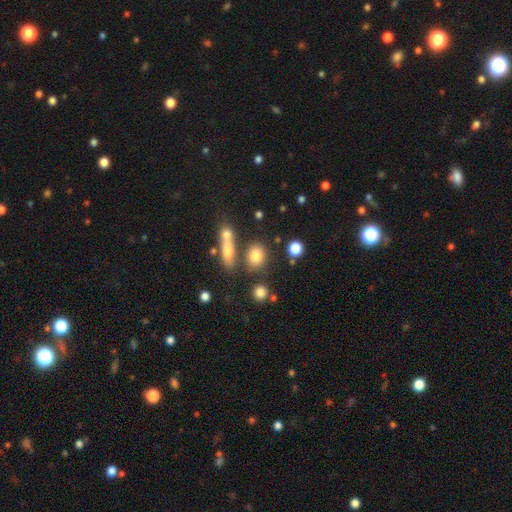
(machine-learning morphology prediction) smooth-or-featured: smooth: 77% | star or artifact: 12% | featured or disk: 10%
  how-rounded: in between: 49% | round: 48% | cigar-shaped: 4%
  merging: none: 67% | merger: 16% | minor disturbance: 12% | major disturbance: 5%